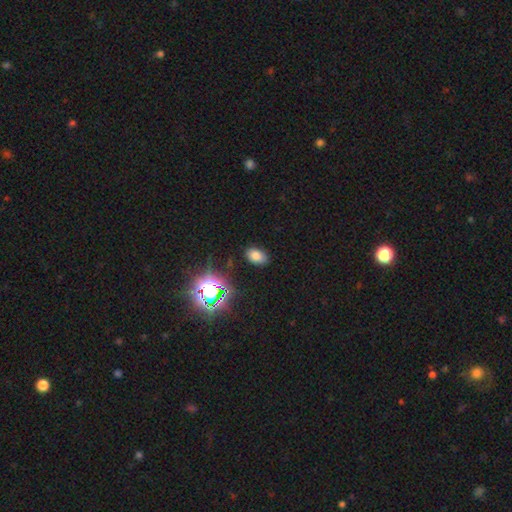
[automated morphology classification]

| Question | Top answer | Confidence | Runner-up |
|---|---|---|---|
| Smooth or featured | smooth | 72% | star or artifact (21%) |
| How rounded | in between | 88% | round (10%) |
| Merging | none | 84% | minor disturbance (12%) |